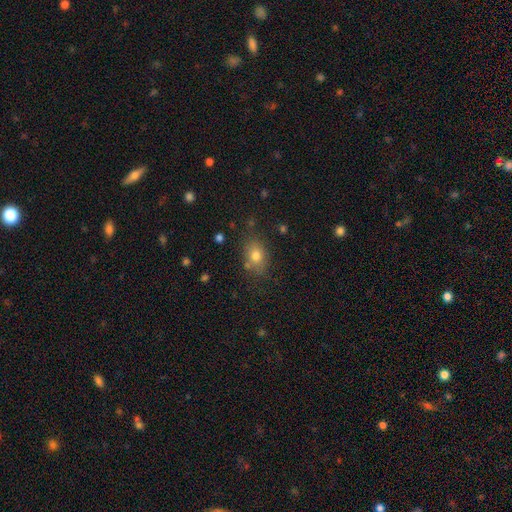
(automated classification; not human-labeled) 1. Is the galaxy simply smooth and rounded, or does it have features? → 78% smooth, 12% star or artifact, 11% featured or disk.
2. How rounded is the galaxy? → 66% in between, 32% round, 1% cigar-shaped.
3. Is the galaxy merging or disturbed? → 76% none, 15% minor disturbance, 5% merger, 4% major disturbance.